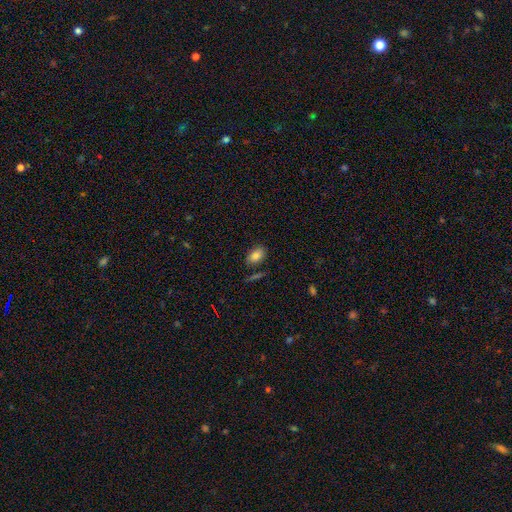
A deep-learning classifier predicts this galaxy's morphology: Smooth or featured? smooth (83%)
How rounded? in between (88%)
Merging? none (79%)